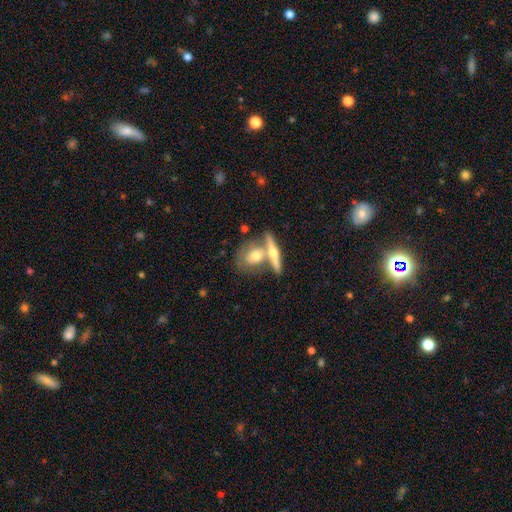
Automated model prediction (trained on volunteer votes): Q: Smooth or featured?
A: smooth (49%); runner-up: featured or disk (46%)
Q: Merging?
A: none (43%); runner-up: merger (42%)